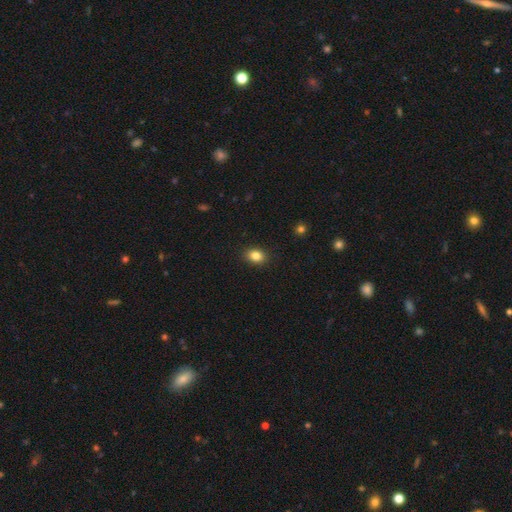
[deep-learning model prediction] This appears to be a smooth galaxy with no disk features (85%) that is in between round and cigar-shaped (66%). Merging: none (89%).